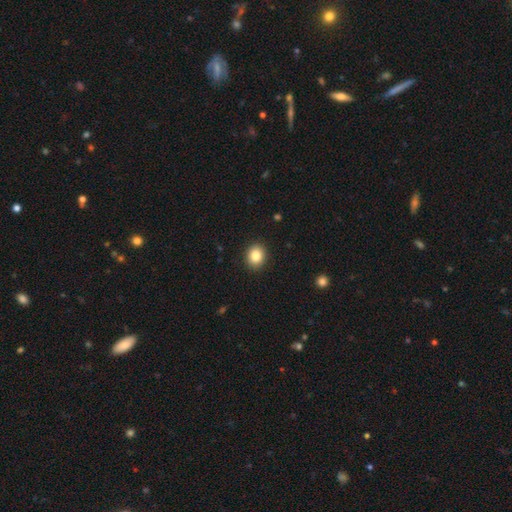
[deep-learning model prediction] smooth 85%, star or artifact 9%, featured or disk 5%. Down the decision tree: how rounded — round (61%); merging — none (91%).